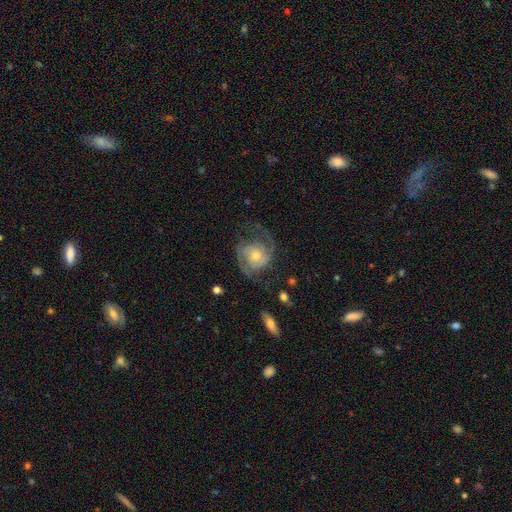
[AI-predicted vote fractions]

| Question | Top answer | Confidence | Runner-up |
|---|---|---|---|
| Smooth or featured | featured or disk | 85% | smooth (10%) |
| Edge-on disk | no | 98% | yes (2%) |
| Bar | no | 68% | weak (26%) |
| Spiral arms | yes | 96% | no (4%) |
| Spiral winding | medium | 48% | tight (32%) |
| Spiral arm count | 2 | 82% | can't tell (6%) |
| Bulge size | small | 52% | moderate (39%) |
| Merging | none | 64% | minor disturbance (17%) |